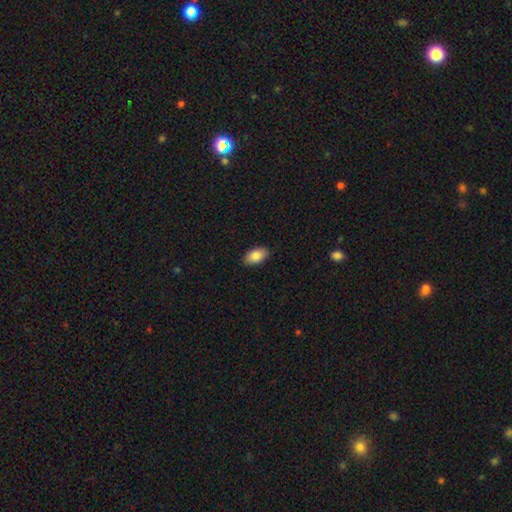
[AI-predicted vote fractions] smooth-or-featured: smooth: 86% | star or artifact: 7% | featured or disk: 7%
  how-rounded: in between: 94% | round: 4% | cigar-shaped: 2%
  merging: none: 87% | minor disturbance: 10% | major disturbance: 2% | merger: 1%